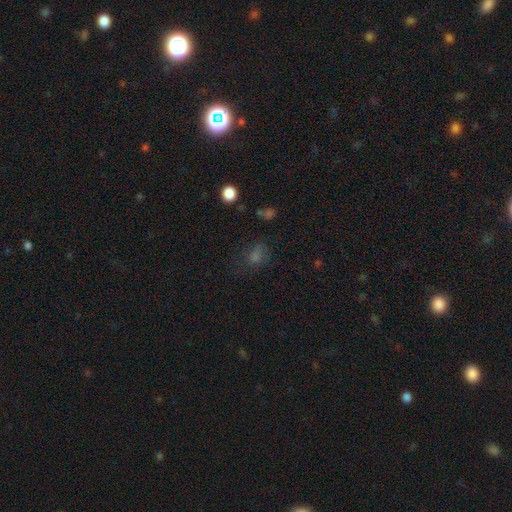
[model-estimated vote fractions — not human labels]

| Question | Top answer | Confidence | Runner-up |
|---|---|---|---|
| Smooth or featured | smooth | 53% | star or artifact (33%) |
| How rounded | in between | 53% | round (44%) |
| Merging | none | 63% | minor disturbance (20%) |